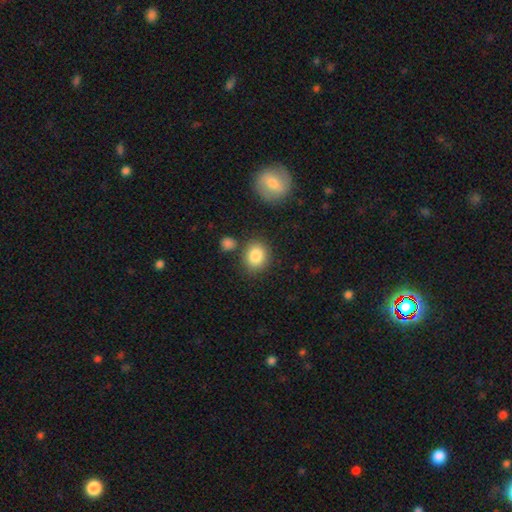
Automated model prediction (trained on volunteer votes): Smooth or featured? smooth (85%)
How rounded? round (64%)
Merging? none (77%)